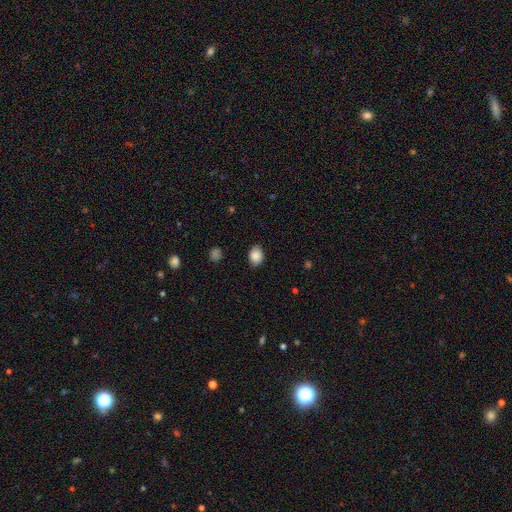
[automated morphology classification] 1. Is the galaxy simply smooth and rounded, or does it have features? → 88% smooth, 8% star or artifact, 4% featured or disk.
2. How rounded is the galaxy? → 69% in between, 30% round, 1% cigar-shaped.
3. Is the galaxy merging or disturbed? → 84% none, 12% minor disturbance, 3% major disturbance, 1% merger.